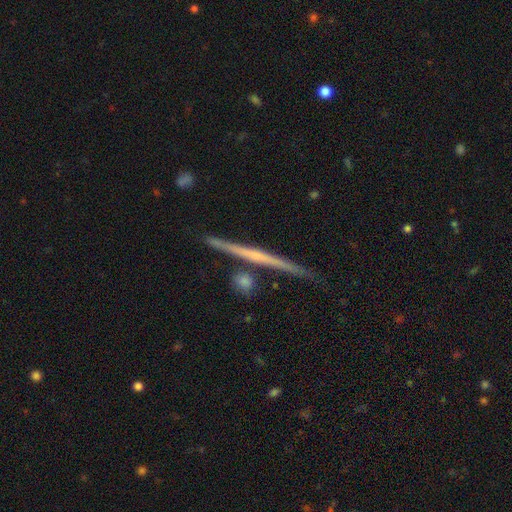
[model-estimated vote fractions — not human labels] The model was most divided on "smooth or featured": featured or disk: 66%, smooth: 28%, star or artifact: 6%. More confident: edge-on disk — yes (98%); merging — none (84%); edge-on bulge — none (75%).